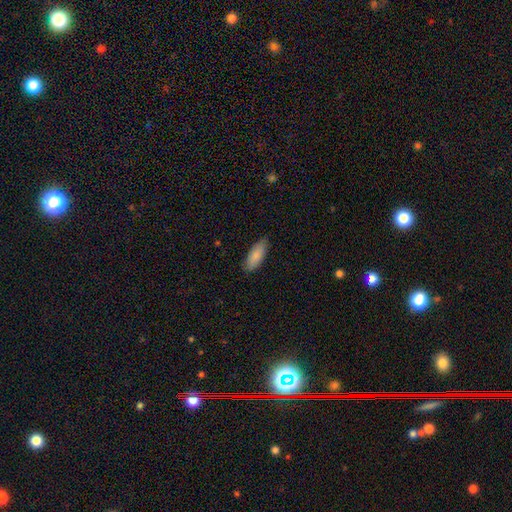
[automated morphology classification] This appears to be a smooth galaxy with no disk features (86%) that is in between round and cigar-shaped (77%). Merging: none (84%).